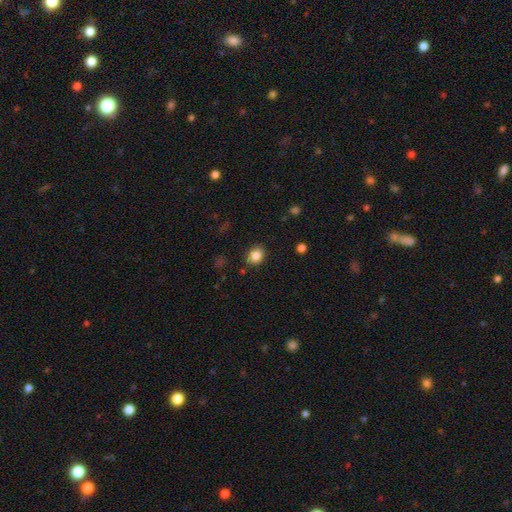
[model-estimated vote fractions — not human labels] A smooth galaxy with no disk features (84%) that is in between round and cigar-shaped (52%). Merging: none (86%).